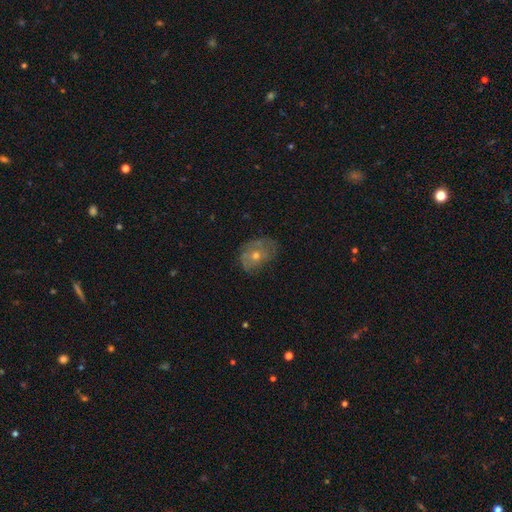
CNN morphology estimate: A featured or disk galaxy (48%).

Vote fractions:
- Smooth or featured? featured or disk: 48% / smooth: 40% / star or artifact: 12%
- Merging? none: 57% / minor disturbance: 28% / major disturbance: 14% / merger: 2%